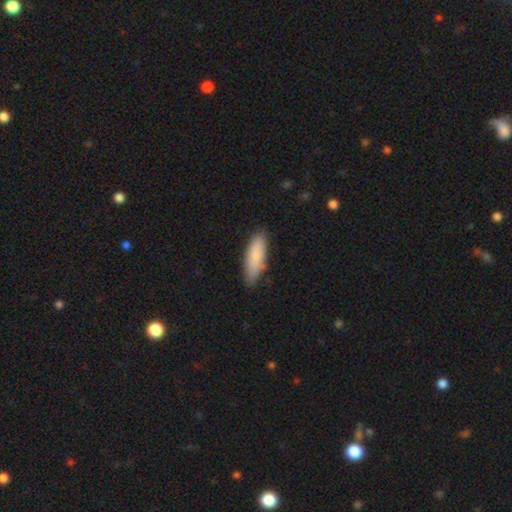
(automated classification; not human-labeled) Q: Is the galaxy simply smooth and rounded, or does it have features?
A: smooth — 83%.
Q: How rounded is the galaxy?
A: in between — 56%.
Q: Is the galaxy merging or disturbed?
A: none — 75%.